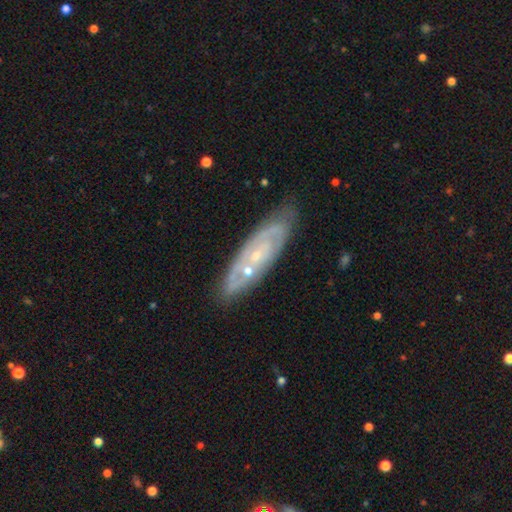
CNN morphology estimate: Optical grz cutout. It shows a featured or disk galaxy (74%) with no bar (78%), spiral arms (72%) and a small central bulge (76%). Merging: none (77%).